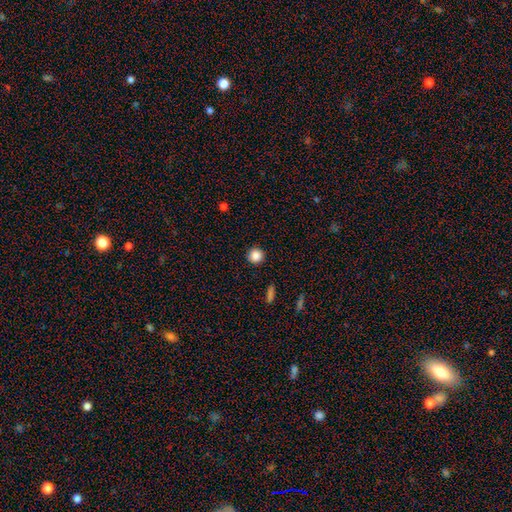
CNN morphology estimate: Smooth or featured: smooth — 86% (star or artifact — 10%)
How rounded: round — 94% (in between — 5%)
Merging: none — 91% (minor disturbance — 6%)